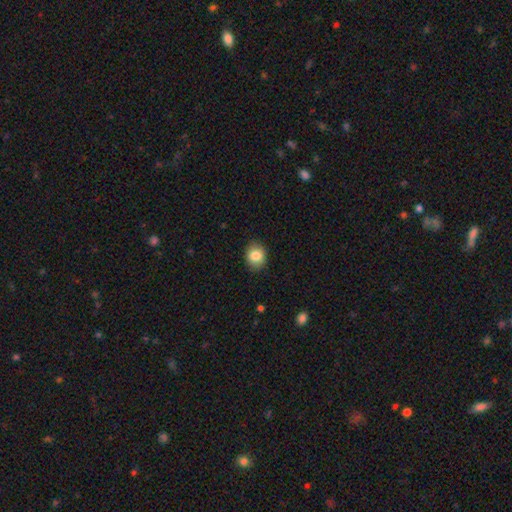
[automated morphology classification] Smooth or featured? Predicted: smooth (p=0.84). How rounded? Predicted: round (p=0.55). Merging? Predicted: none (p=0.86).